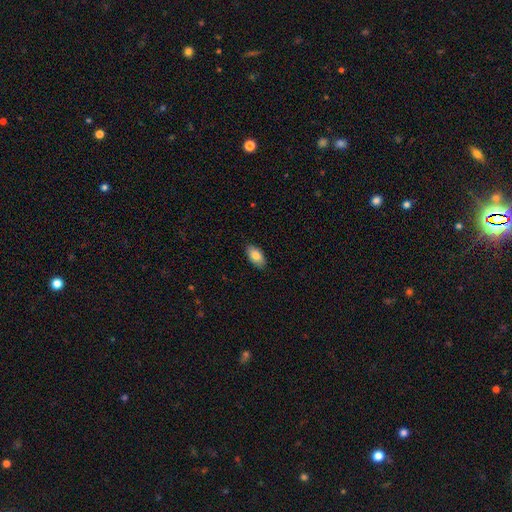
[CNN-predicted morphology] smooth 83%, featured or disk 10%, star or artifact 7%. Down the decision tree: how rounded — in between (94%); merging — none (88%).